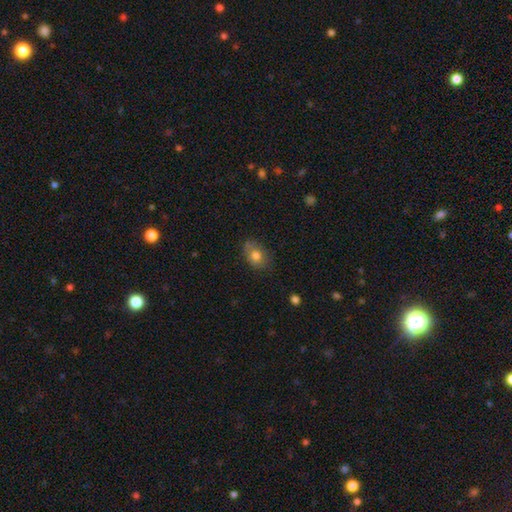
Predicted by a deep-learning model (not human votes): Smooth or featured? Predicted: smooth (p=0.76). How rounded? Predicted: in between (p=0.71). Merging? Predicted: none (p=0.67).